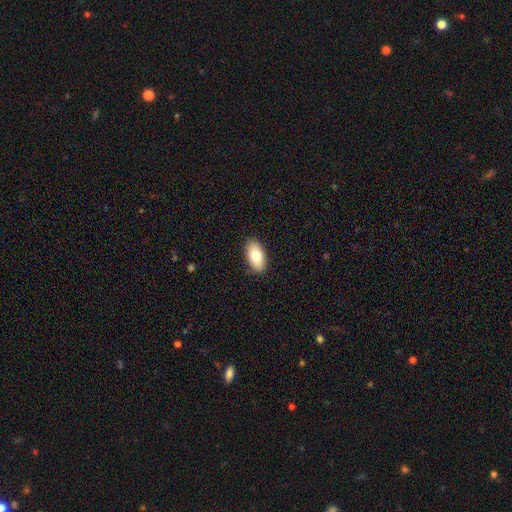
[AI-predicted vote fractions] Smooth or featured? Predicted: smooth (p=0.78). How rounded? Predicted: in between (p=0.93). Merging? Predicted: none (p=0.88).